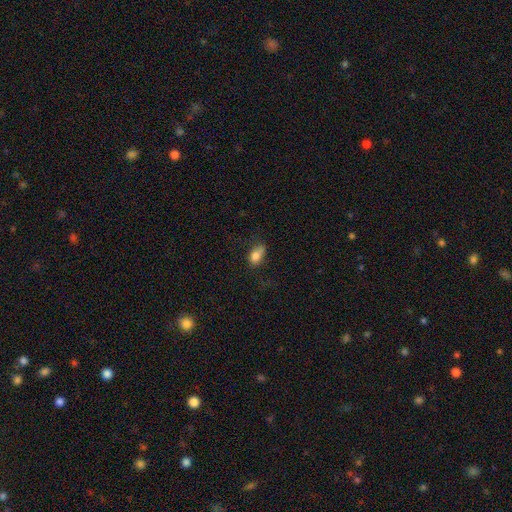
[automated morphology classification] A smooth galaxy with no disk features (79%) that is in between round and cigar-shaped (84%). Merging: none (43%).